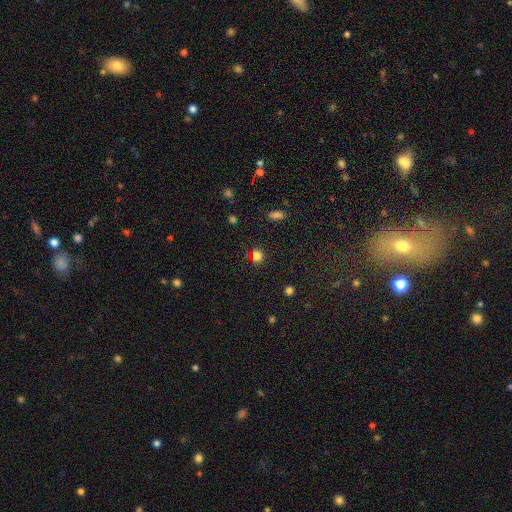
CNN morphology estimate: smooth-or-featured: smooth: 75% | star or artifact: 20% | featured or disk: 4%
  how-rounded: round: 80% | in between: 18% | cigar-shaped: 1%
  merging: none: 82% | minor disturbance: 10% | merger: 4% | major disturbance: 3%